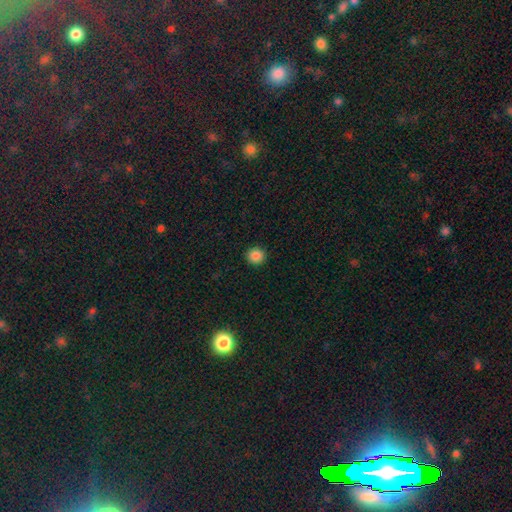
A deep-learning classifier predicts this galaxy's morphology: Smooth or featured? Predicted: smooth (p=0.85). How rounded? Predicted: round (p=0.94). Merging? Predicted: none (p=0.93).